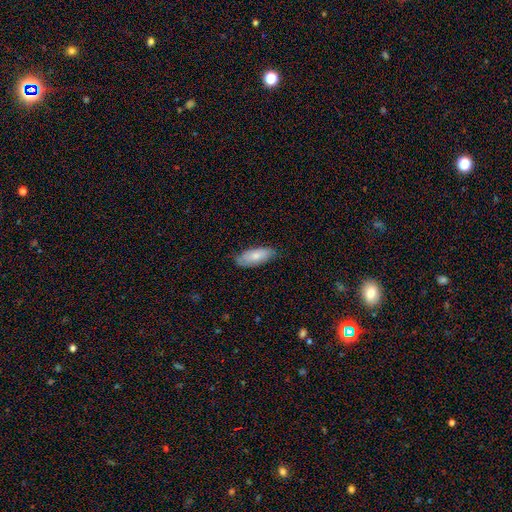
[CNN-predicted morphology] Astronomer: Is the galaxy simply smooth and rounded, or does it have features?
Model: smooth — 76%.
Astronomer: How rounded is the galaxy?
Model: in between — 79%.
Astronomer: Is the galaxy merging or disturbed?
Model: none — 76%.